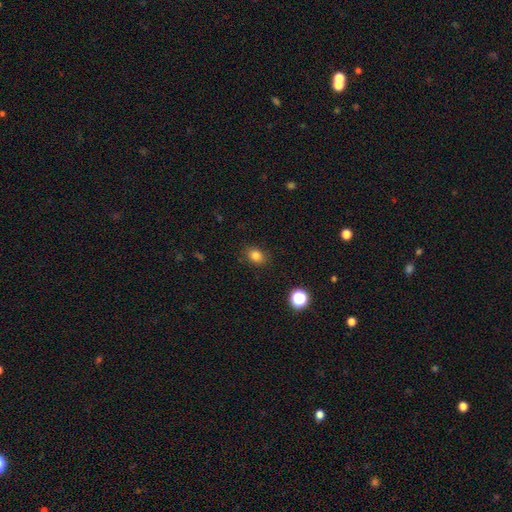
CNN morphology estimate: Smooth or featured?
  - smooth: 82% *
  - star or artifact: 13%
  - featured or disk: 6%
How rounded?
  - in between: 58% *
  - round: 41%
  - cigar-shaped: 1%
Merging?
  - none: 86% *
  - minor disturbance: 10%
  - major disturbance: 3%
  - merger: 1%